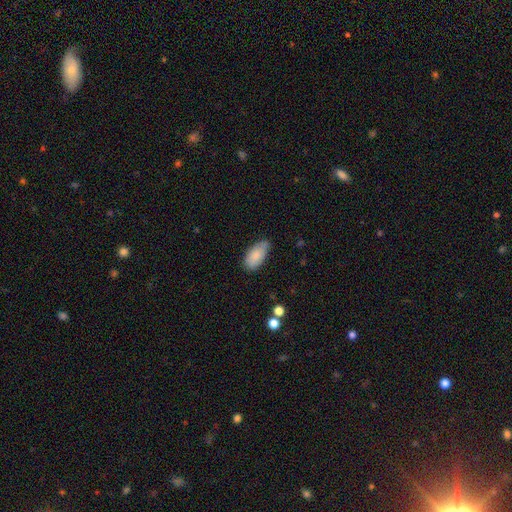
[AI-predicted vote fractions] Smooth or featured? Predicted: smooth (p=0.81). How rounded? Predicted: in between (p=0.94). Merging? Predicted: none (p=0.62).